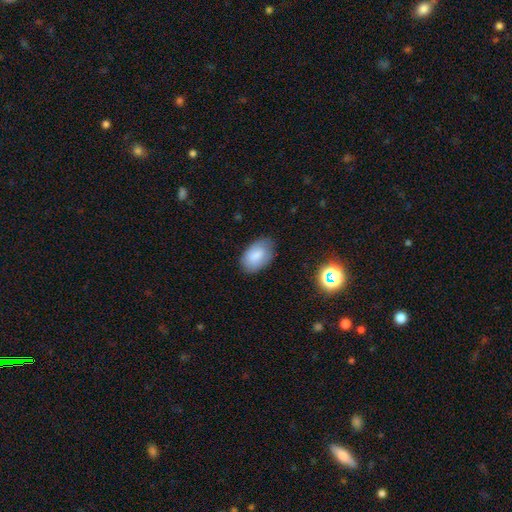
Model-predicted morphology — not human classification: Smooth or featured?
  - smooth: 83% *
  - featured or disk: 10%
  - star or artifact: 7%
How rounded?
  - in between: 92% *
  - round: 7%
  - cigar-shaped: 1%
Merging?
  - none: 77% *
  - minor disturbance: 18%
  - major disturbance: 4%
  - merger: 1%